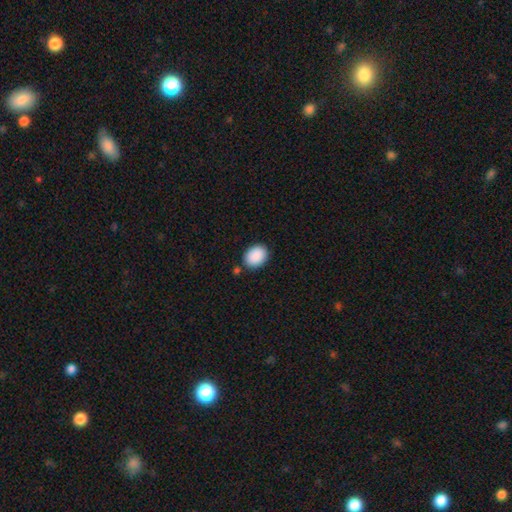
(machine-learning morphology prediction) The model was most divided on "how rounded": in between: 65%, round: 34%, cigar-shaped: 1%. More confident: smooth or featured — smooth (90%); merging — none (84%).